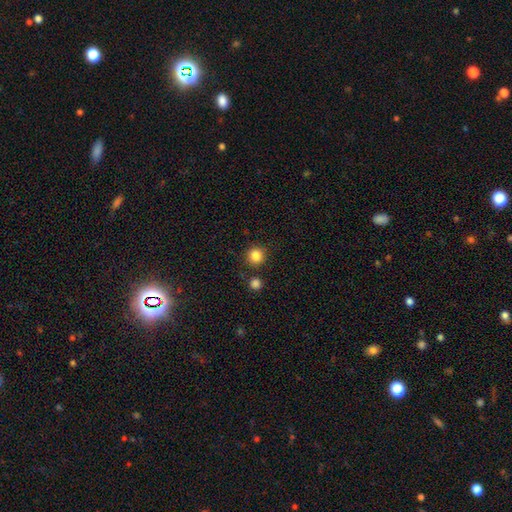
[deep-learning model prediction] Smooth or featured? smooth (84%)
How rounded? round (93%)
Merging? none (86%)